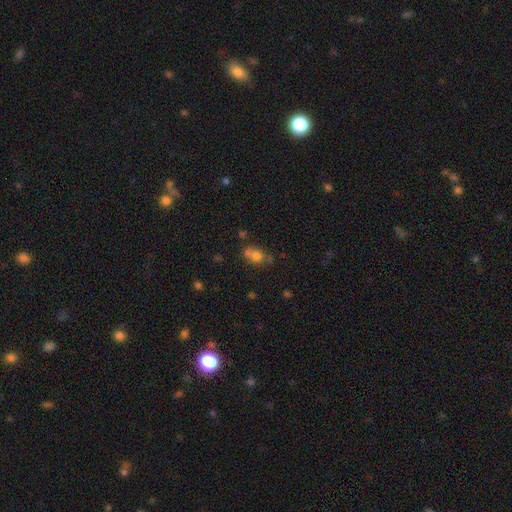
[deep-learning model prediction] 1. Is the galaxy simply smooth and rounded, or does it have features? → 69% smooth, 16% featured or disk, 15% star or artifact.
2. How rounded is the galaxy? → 59% round, 39% in between, 2% cigar-shaped.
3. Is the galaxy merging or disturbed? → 40% none, 39% merger, 14% minor disturbance, 7% major disturbance.